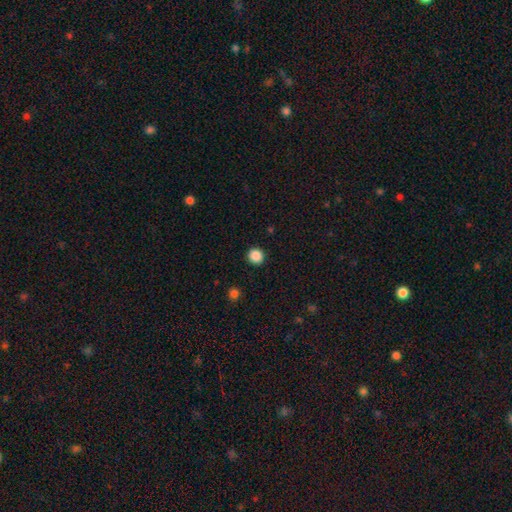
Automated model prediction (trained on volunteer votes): Smooth or featured?
  - smooth: 88% *
  - star or artifact: 10%
  - featured or disk: 2%
How rounded?
  - round: 92% *
  - in between: 7%
  - cigar-shaped: 1%
Merging?
  - none: 92% *
  - minor disturbance: 5%
  - major disturbance: 2%
  - merger: 1%